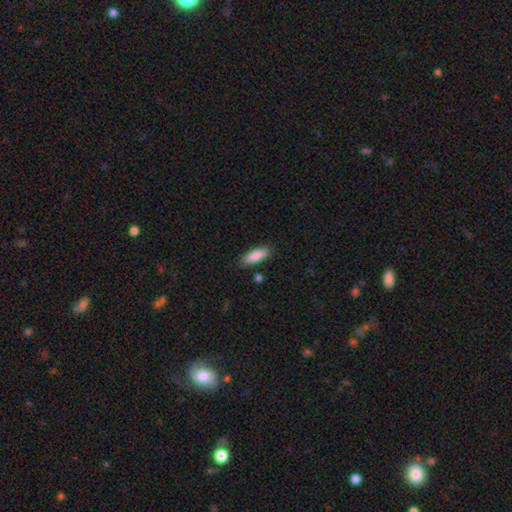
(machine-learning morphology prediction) smooth_or_featured: smooth (p=0.87) [alt: featured or disk p=0.07]
how_rounded: in between (p=0.60) [alt: cigar-shaped p=0.38]
merging: none (p=0.86) [alt: minor disturbance p=0.10]